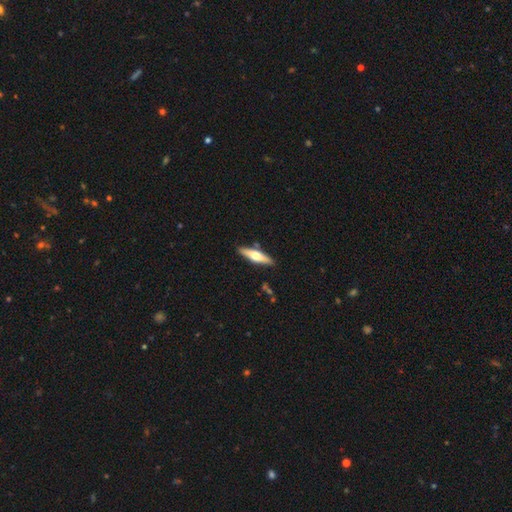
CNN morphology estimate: Smooth or featured? Predicted: featured or disk (p=0.53). Edge-on disk? Predicted: yes (p=0.92). Merging? Predicted: none (p=0.86).